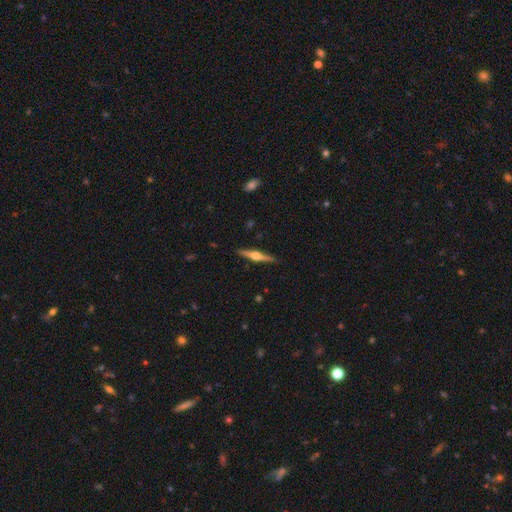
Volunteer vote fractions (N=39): A featured or disk galaxy (77%) viewed edge-on (97%) with a rounded central bulge (97%).

Vote fractions:
- Smooth or featured? featured or disk: 77% / smooth: 21% / star or artifact: 3%
- Edge-on disk? yes: 97% / no: 3%
- Edge-on bulge? rounded: 97% / boxy: 3% / none: 0%
- Merging? none: 89% / minor disturbance: 5% / major disturbance: 3% / merger: 3%